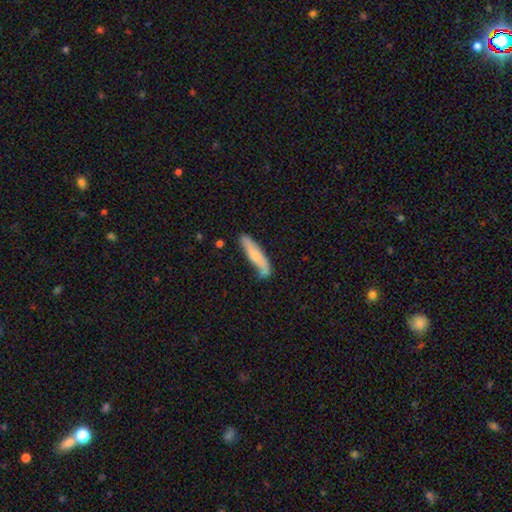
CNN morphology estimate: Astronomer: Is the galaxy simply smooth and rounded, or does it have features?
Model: smooth — 58% (runner-up: featured or disk, 36%).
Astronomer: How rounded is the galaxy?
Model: cigar-shaped — 77%.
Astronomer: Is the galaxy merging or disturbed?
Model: none — 64%.